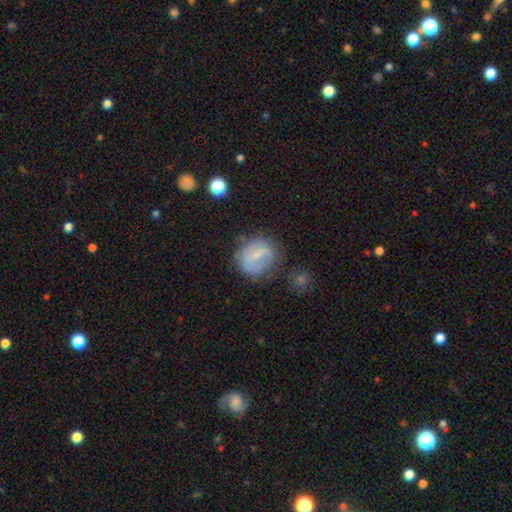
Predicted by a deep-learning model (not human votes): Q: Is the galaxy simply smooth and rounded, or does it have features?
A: smooth — 49%.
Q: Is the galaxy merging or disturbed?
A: none — 57%.